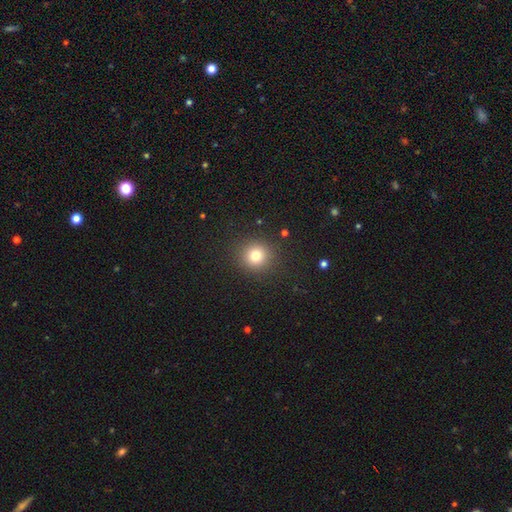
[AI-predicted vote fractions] Q: Smooth or featured?
A: smooth (78%); runner-up: star or artifact (15%)
Q: How rounded?
A: round (93%); runner-up: in between (6%)
Q: Merging?
A: none (90%); runner-up: minor disturbance (6%)